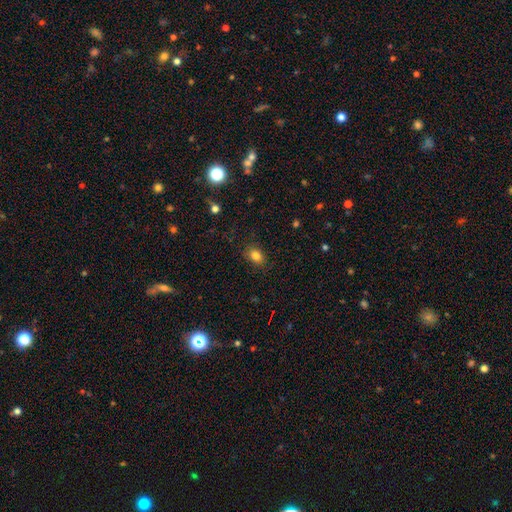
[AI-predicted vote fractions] Smooth or featured? Predicted: smooth (p=0.82). How rounded? Predicted: in between (p=0.67). Merging? Predicted: none (p=0.85).